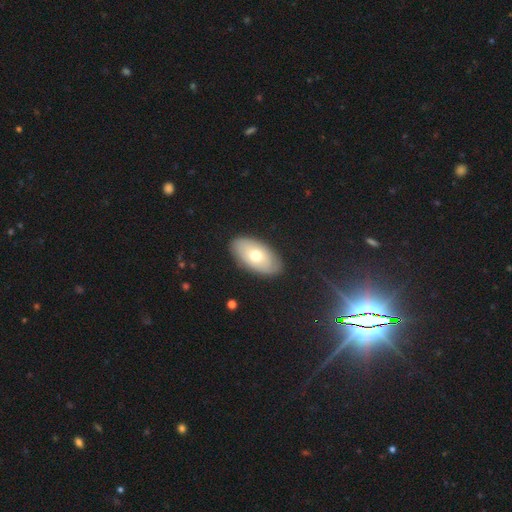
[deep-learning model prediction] Overall: smooth (59%; featured or disk 34%). How rounded: in between (94%). Merging: none (87%).